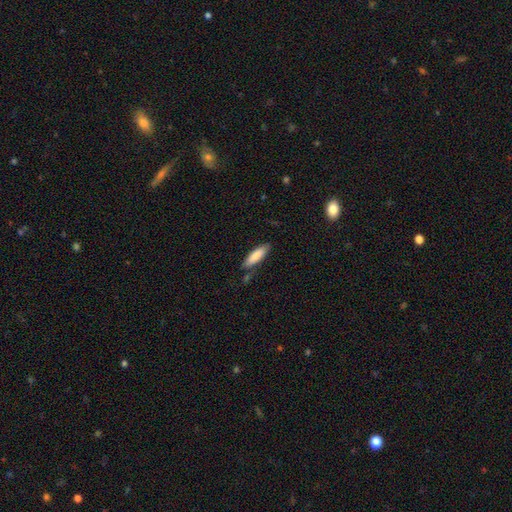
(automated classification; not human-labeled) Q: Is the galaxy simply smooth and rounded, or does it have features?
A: smooth — 83%.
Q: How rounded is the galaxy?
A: cigar-shaped — 59%.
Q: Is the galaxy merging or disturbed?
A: none — 78%.